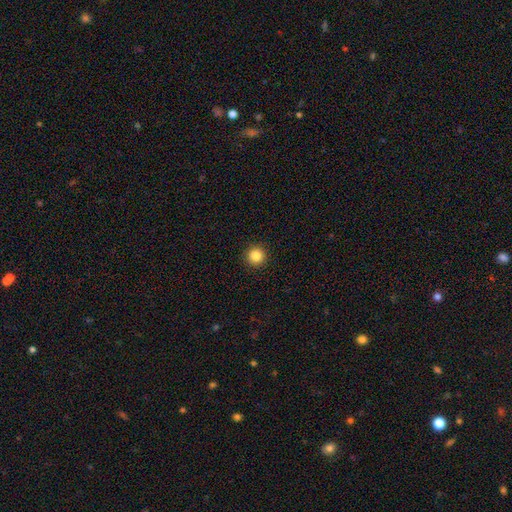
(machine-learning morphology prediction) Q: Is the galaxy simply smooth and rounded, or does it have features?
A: smooth — 85%.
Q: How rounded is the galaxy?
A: round — 96%.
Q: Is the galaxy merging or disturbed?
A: none — 93%.